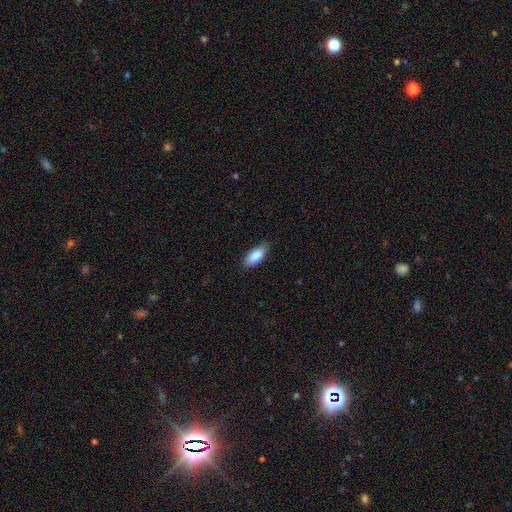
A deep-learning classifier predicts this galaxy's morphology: Smooth or featured? Predicted: smooth (p=0.87). How rounded? Predicted: in between (p=0.85). Merging? Predicted: none (p=0.79).